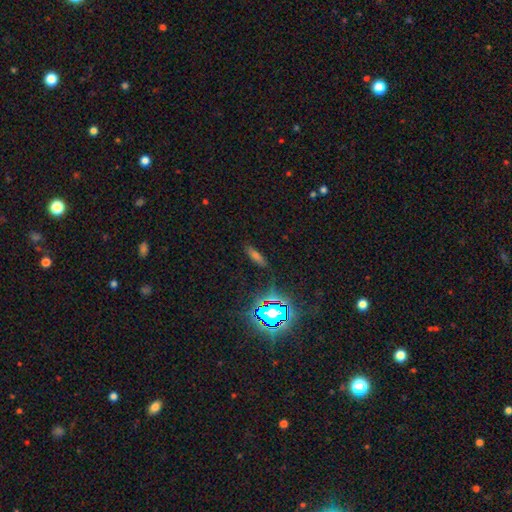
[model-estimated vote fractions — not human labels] This appears to be a smooth galaxy with no disk features (47%). Merging: none (85%).